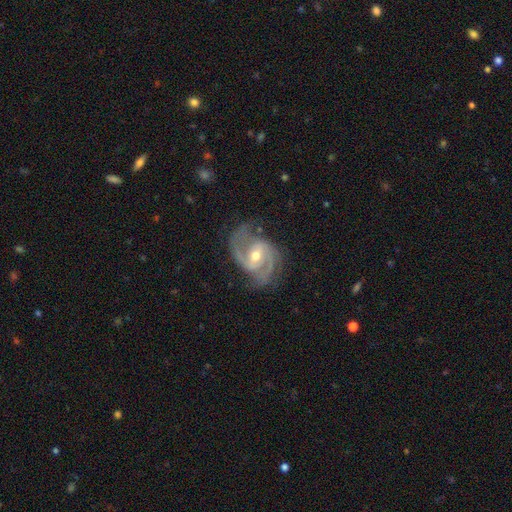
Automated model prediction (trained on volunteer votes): This appears to be a featured or disk galaxy (92%) with a weak bar (45%), 2 (65%) medium (57%) spiral arms (98%) and a moderate central bulge (65%). Merging: none (72%).